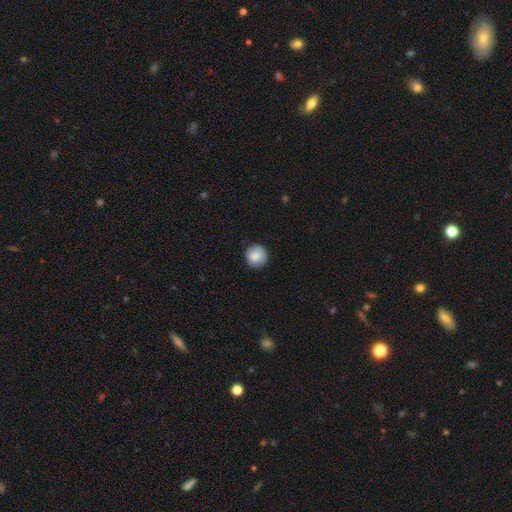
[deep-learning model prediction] Smooth or featured: smooth — 84% (featured or disk — 8%)
How rounded: round — 93% (in between — 6%)
Merging: none — 84% (minor disturbance — 13%)